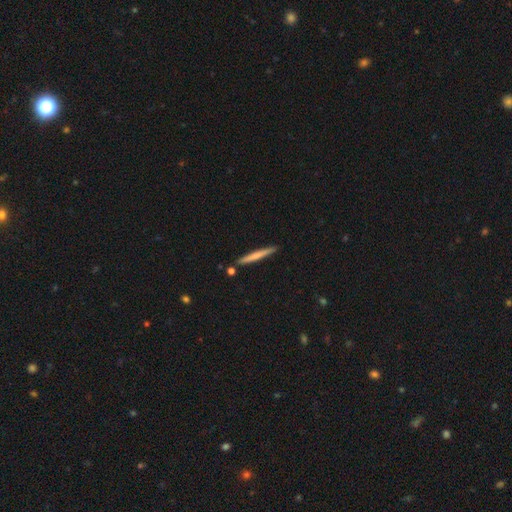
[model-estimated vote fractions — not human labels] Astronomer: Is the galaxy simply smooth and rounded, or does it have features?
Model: smooth — 64%.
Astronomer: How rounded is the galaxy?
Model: cigar-shaped — 96%.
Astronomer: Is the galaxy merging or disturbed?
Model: none — 86%.